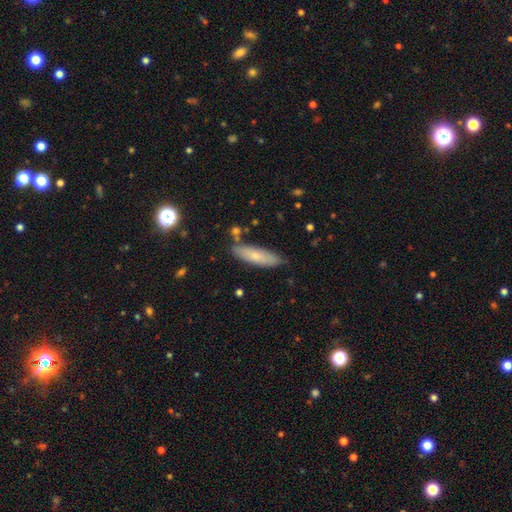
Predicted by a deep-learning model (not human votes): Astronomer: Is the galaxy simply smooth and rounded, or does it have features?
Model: smooth — 69%.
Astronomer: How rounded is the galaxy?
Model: cigar-shaped — 60% (runner-up: in between, 38%).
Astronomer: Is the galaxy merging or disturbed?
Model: none — 79%.